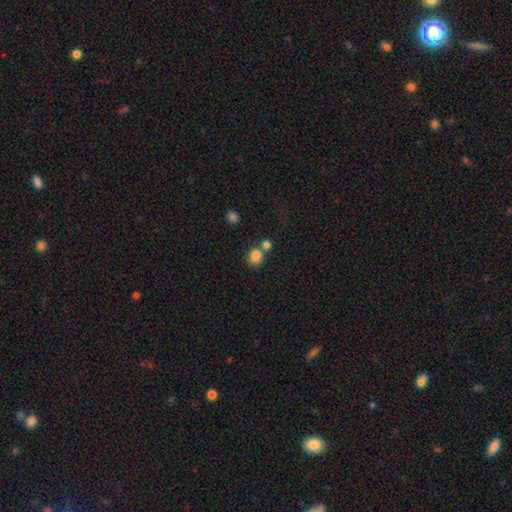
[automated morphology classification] Smooth or featured? Predicted: smooth (p=0.84). How rounded? Predicted: round (p=0.78). Merging? Predicted: none (p=0.57).